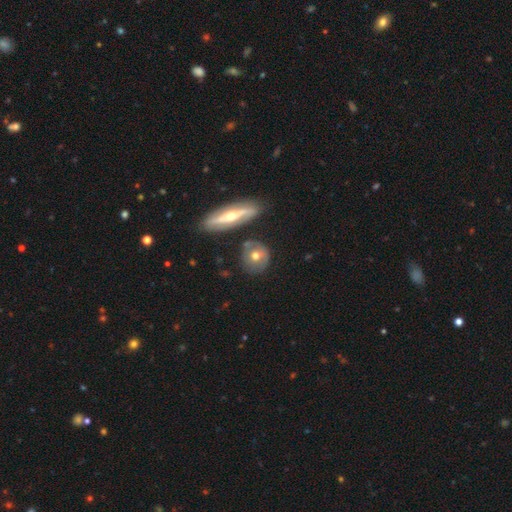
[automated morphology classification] Smooth or featured? smooth (51%)
How rounded? round (78%)
Merging? none (73%)